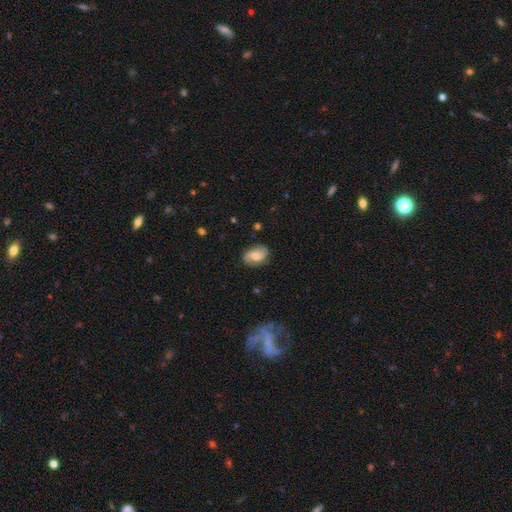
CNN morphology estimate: smooth_or_featured: featured or disk (p=0.60) [alt: smooth p=0.33]
disk_edge_on: no (p=0.97) [alt: yes p=0.03]
bar: no (p=0.52) [alt: weak p=0.38]
has_spiral_arms: yes (p=0.90) [alt: no p=0.10]
spiral_winding: loose (p=0.43) [alt: medium p=0.38]
spiral_arm_count: 2 (p=0.88) [alt: can't tell p=0.06]
bulge_size: moderate (p=0.67) [alt: small p=0.23]
merging: none (p=0.81) [alt: minor disturbance p=0.15]